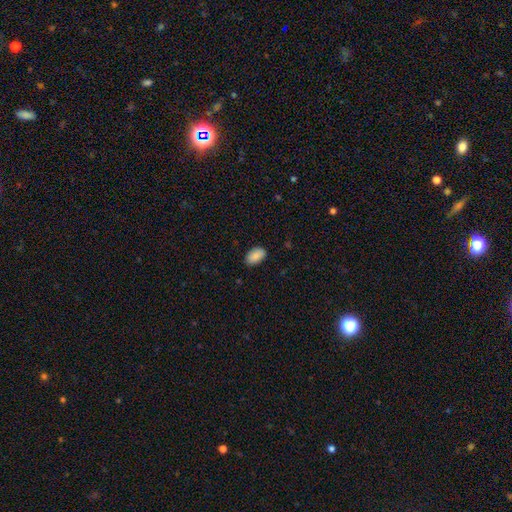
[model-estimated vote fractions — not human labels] smooth_or_featured: smooth (p=0.89) [alt: star or artifact p=0.07]
how_rounded: in between (p=0.93) [alt: round p=0.05]
merging: none (p=0.85) [alt: minor disturbance p=0.12]